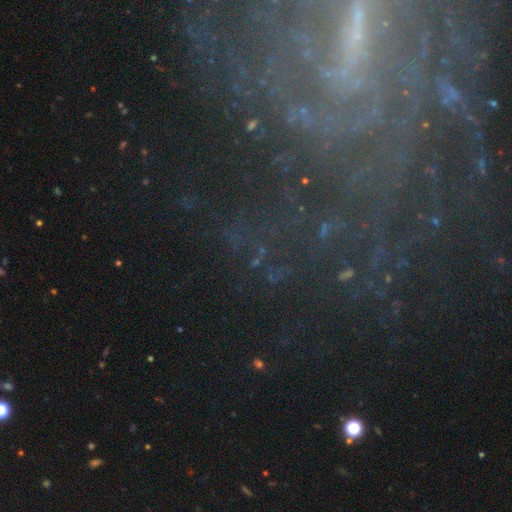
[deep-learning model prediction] Smooth or featured: featured or disk — 59% (star or artifact — 28%)
Edge-on disk: no — 92% (yes — 8%)
Bar: no — 46% (weak — 31%)
Spiral arms: yes — 81% (no — 19%)
Bulge size: small — 59% (moderate — 18%)
Merging: none — 67% (minor disturbance — 15%)